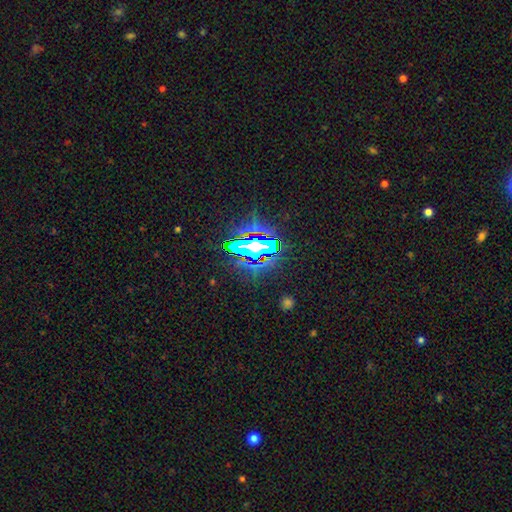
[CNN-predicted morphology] Smooth or featured? Predicted: star or artifact (p=0.70).